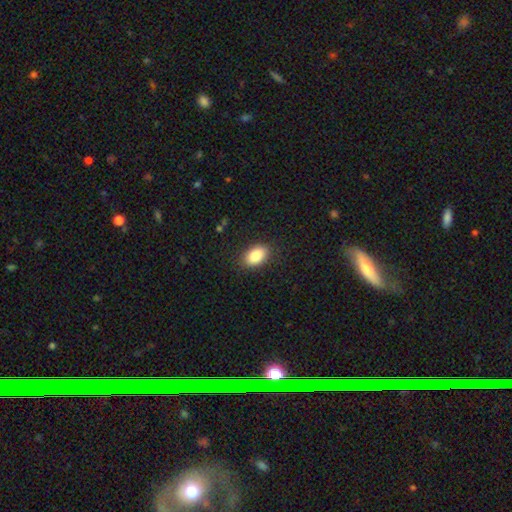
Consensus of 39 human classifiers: Q: Smooth or featured?
A: smooth (90%); runner-up: featured or disk (8%)
Q: How rounded?
A: in between (86%); runner-up: round (11%)
Q: Merging?
A: none (92%); runner-up: major disturbance (5%)